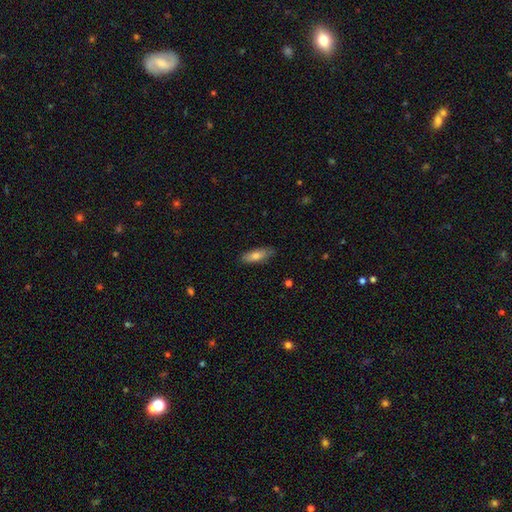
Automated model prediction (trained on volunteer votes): The model was most divided on "how rounded": in between: 56%, cigar-shaped: 41%, round: 2%. More confident: merging — none (85%); smooth or featured — smooth (74%).